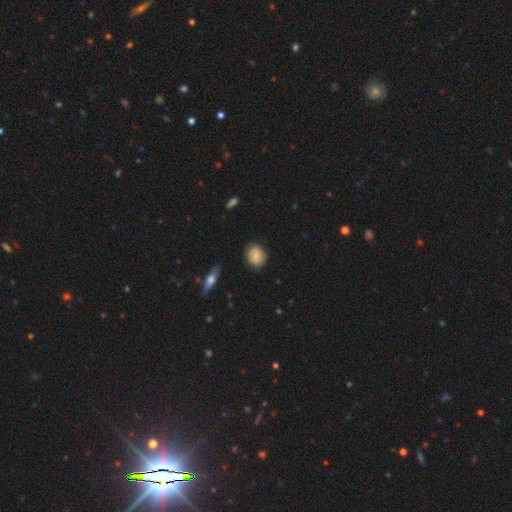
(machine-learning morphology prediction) A smooth galaxy with no disk features (65%) that is round (61%).

Vote fractions:
- Smooth or featured? smooth: 65% / featured or disk: 27% / star or artifact: 8%
- How rounded? round: 61% / in between: 37% / cigar-shaped: 2%
- Merging? none: 79% / minor disturbance: 16% / major disturbance: 3% / merger: 2%